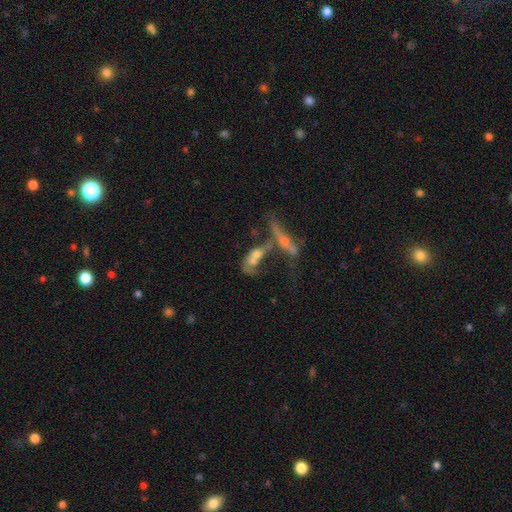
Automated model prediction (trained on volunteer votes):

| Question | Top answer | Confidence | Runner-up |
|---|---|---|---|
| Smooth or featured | featured or disk | 56% | smooth (31%) |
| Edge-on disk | no | 62% | yes (38%) |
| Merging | merger | 58% | none (18%) |